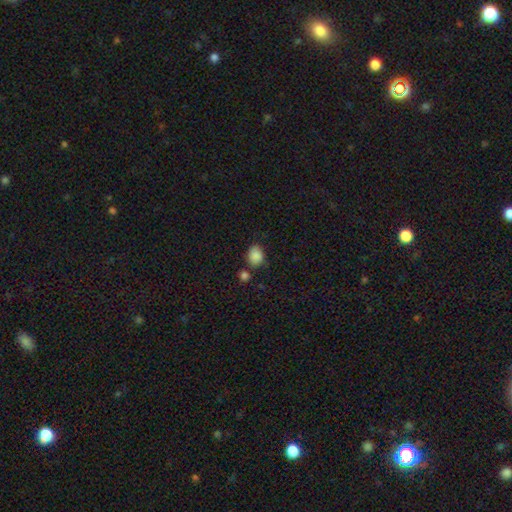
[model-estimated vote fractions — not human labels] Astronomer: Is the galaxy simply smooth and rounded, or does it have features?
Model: smooth — 87%.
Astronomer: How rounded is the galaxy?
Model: in between — 61% (runner-up: round, 38%).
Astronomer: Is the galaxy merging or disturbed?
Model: none — 67%.